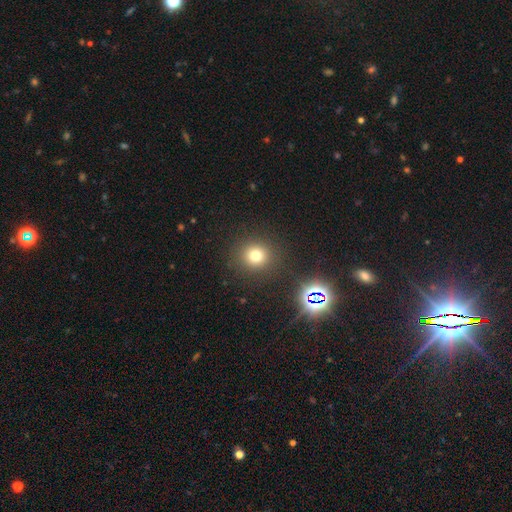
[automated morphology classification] This is likely a smooth galaxy (73%). How rounded: clearly round (90%). Merging: clearly none (88%).